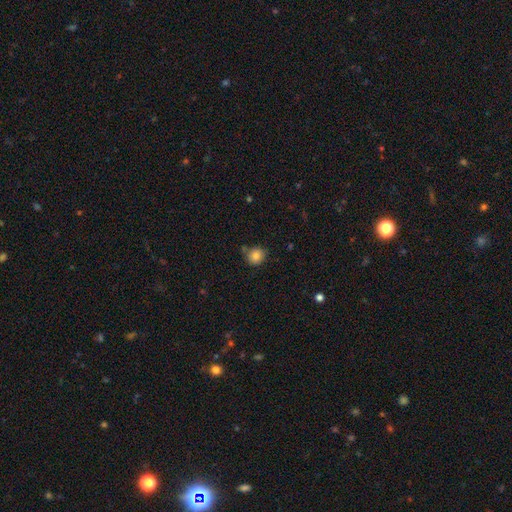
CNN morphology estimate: Smooth or featured: smooth — 82% (star or artifact — 11%)
How rounded: round — 85% (in between — 14%)
Merging: none — 72% (minor disturbance — 18%)